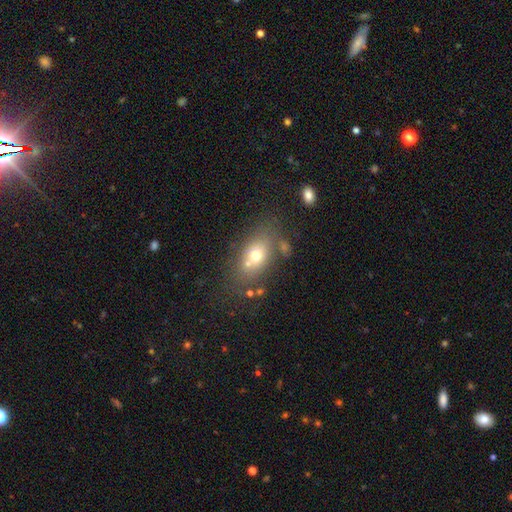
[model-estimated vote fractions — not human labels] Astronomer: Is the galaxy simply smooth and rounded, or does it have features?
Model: smooth — 65%.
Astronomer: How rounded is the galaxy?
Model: in between — 73%.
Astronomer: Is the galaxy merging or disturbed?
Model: none — 58%.